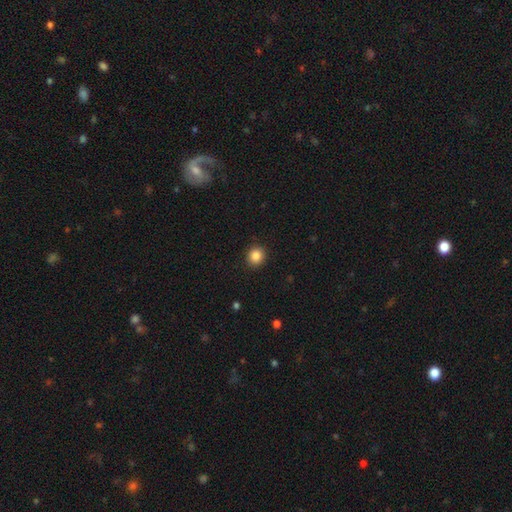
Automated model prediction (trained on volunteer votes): smooth-or-featured: smooth: 86% | star or artifact: 10% | featured or disk: 4%
  how-rounded: round: 86% | in between: 13% | cigar-shaped: 1%
  merging: none: 92% | minor disturbance: 6% | major disturbance: 2% | merger: 1%